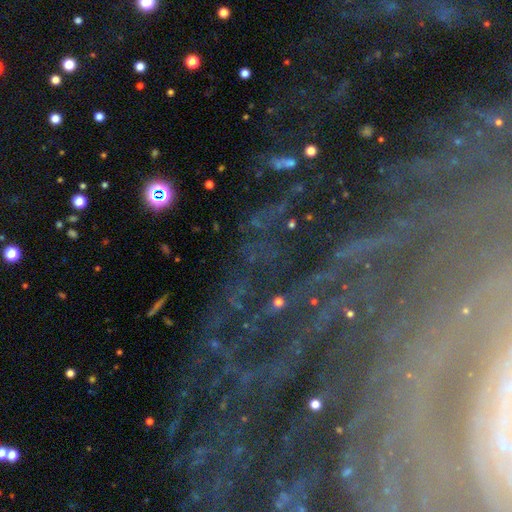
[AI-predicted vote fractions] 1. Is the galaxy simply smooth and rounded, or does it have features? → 68% star or artifact, 22% featured or disk, 10% smooth.